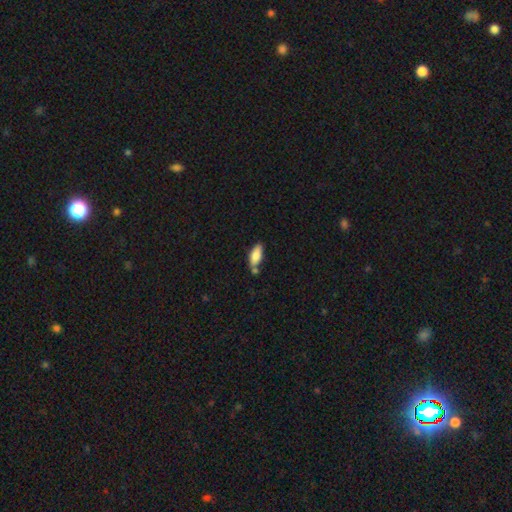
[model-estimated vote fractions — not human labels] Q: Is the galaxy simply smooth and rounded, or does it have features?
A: smooth — 82%.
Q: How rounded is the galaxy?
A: in between — 81%.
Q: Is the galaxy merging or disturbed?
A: none — 59%.